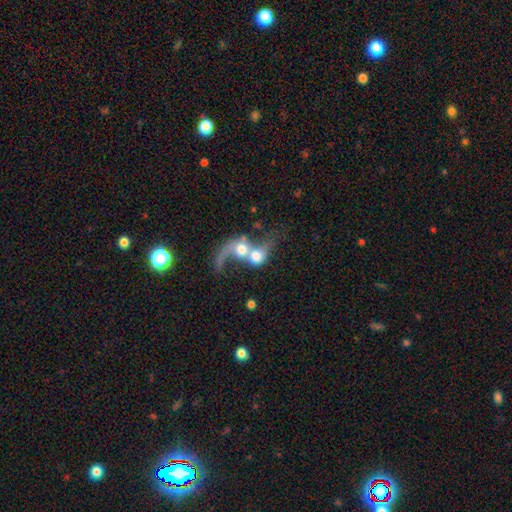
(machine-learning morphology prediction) A featured or disk galaxy (46%).

Vote fractions:
- Smooth or featured? featured or disk: 46% / smooth: 44% / star or artifact: 10%
- Merging? merger: 81% / major disturbance: 9% / none: 7% / minor disturbance: 3%